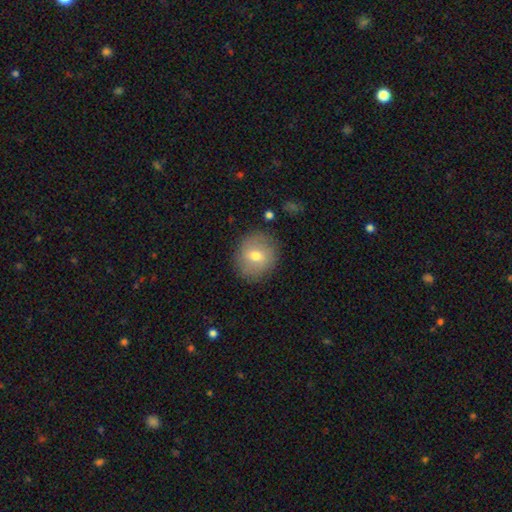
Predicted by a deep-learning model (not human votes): smooth-or-featured: smooth: 66% | featured or disk: 25% | star or artifact: 9%
  how-rounded: round: 82% | in between: 17% | cigar-shaped: 1%
  merging: none: 85% | minor disturbance: 10% | major disturbance: 3% | merger: 1%